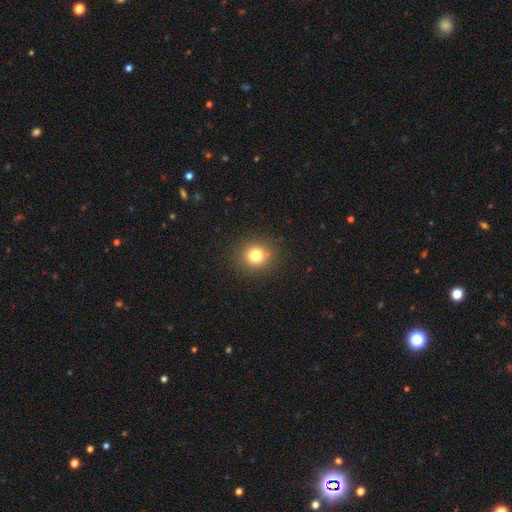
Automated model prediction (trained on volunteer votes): The model was most divided on "smooth or featured": smooth: 79%, star or artifact: 14%, featured or disk: 7%. More confident: merging — none (89%); how rounded — round (89%).